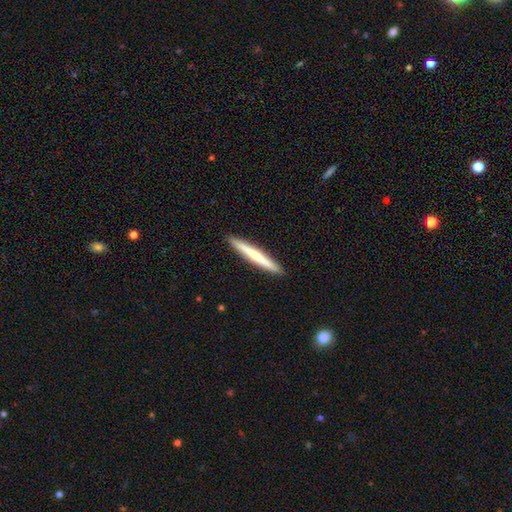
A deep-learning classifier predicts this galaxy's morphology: smooth_or_featured: smooth (p=0.51) [alt: featured or disk p=0.43]
how_rounded: cigar-shaped (p=0.96) [alt: in between p=0.02]
merging: none (p=0.93) [alt: minor disturbance p=0.05]